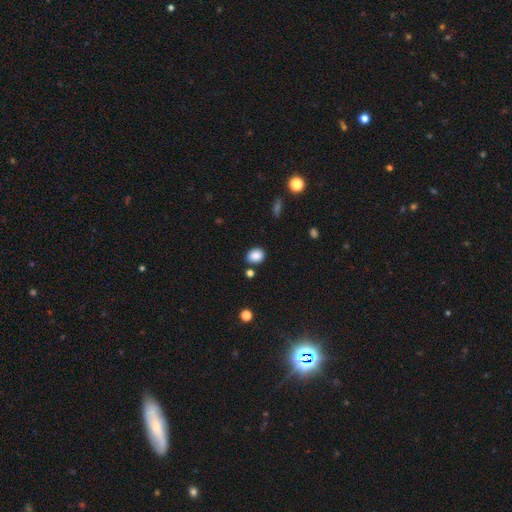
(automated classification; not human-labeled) Smooth or featured? Predicted: smooth (p=0.87). How rounded? Predicted: in between (p=0.54). Merging? Predicted: none (p=0.82).